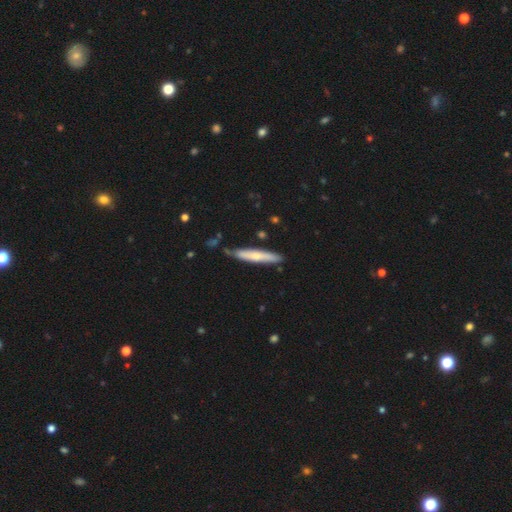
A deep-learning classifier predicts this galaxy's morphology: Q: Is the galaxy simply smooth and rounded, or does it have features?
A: smooth — 62%.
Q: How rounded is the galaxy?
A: cigar-shaped — 93%.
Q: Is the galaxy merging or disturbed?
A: none — 80%.